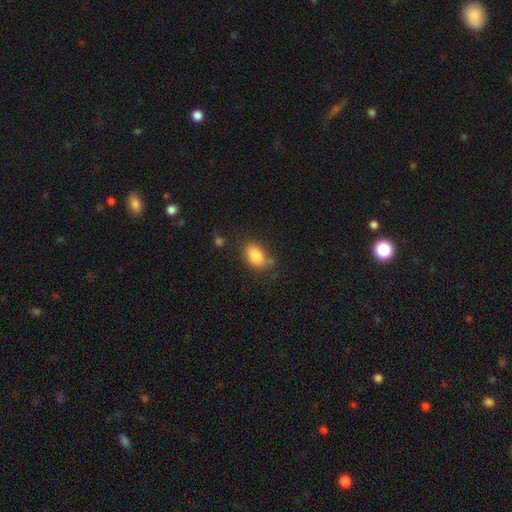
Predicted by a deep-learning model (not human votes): Smooth or featured: smooth — 85% (star or artifact — 8%)
How rounded: in between — 83% (round — 16%)
Merging: none — 67% (minor disturbance — 21%)